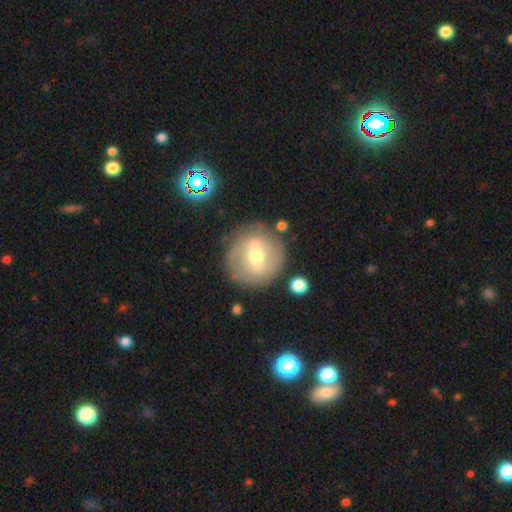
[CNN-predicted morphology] smooth_or_featured: featured or disk (p=0.59) [alt: smooth p=0.33]
disk_edge_on: no (p=0.89) [alt: yes p=0.11]
bar: strong (p=0.46) [alt: weak p=0.41]
has_spiral_arms: no (p=0.60) [alt: yes p=0.40]
bulge_size: moderate (p=0.68) [alt: small p=0.24]
merging: none (p=0.81) [alt: minor disturbance p=0.11]